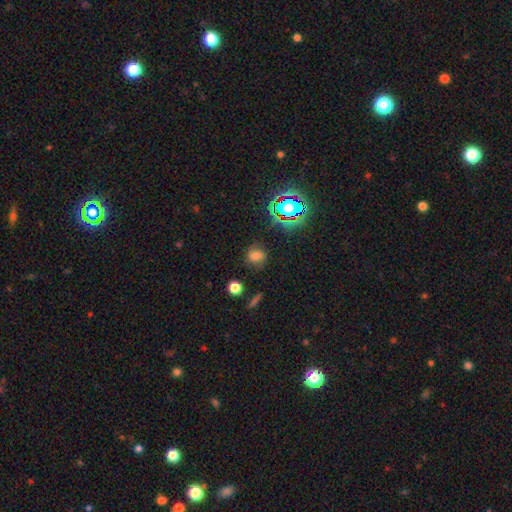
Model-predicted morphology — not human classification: smooth 65%, star or artifact 22%, featured or disk 14%. Down the decision tree: how rounded — round (67%); merging — none (76%).